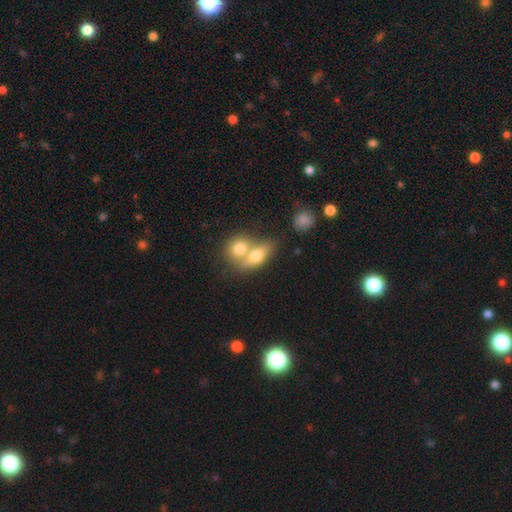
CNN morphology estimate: type=smooth (72%); roundness=in between (68%); merging=merger (66%).